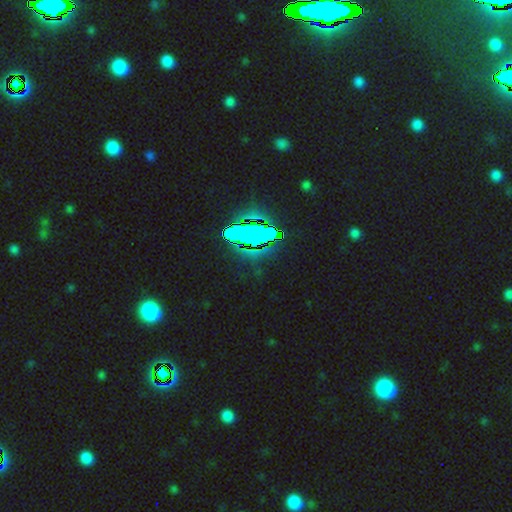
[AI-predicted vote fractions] This appears to be a star or artifact, not a galaxy (69%).